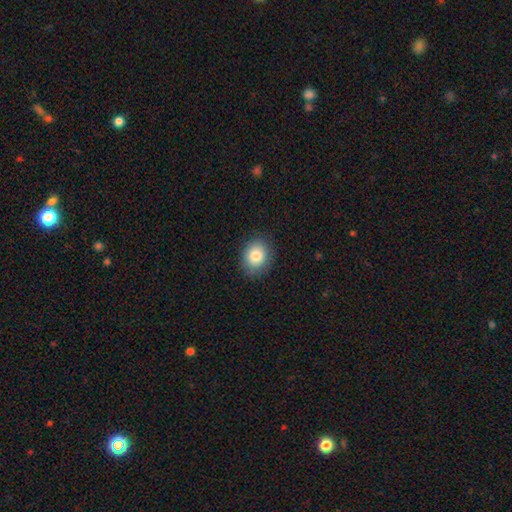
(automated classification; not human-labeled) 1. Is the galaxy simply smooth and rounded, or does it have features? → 81% smooth, 10% featured or disk, 9% star or artifact.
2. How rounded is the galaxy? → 55% round, 44% in between, 1% cigar-shaped.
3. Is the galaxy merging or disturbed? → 85% none, 11% minor disturbance, 3% major disturbance, 1% merger.